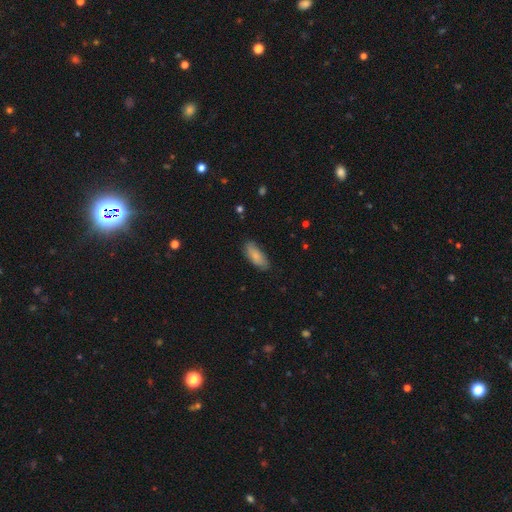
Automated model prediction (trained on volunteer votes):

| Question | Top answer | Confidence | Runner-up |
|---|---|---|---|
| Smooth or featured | smooth | 80% | featured or disk (14%) |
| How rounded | in between | 81% | cigar-shaped (17%) |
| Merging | none | 80% | minor disturbance (16%) |